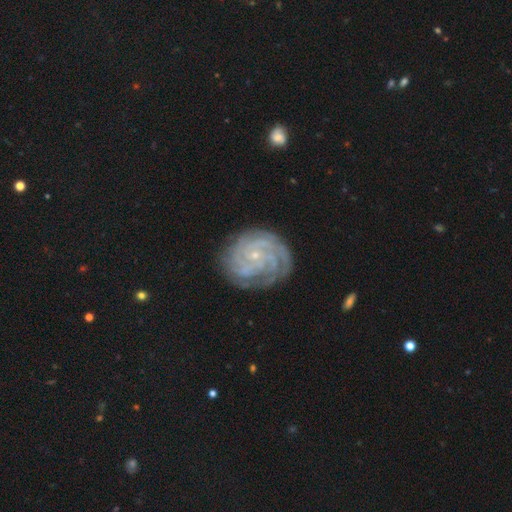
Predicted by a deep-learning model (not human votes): Morphology: type=featured or disk (87%); edge-on=no (98%); bar=no (73%); spiral arms=yes (98%); winding=tight (79%); arm count=4 (28%); bulge=small (85%); merging=none (78%).